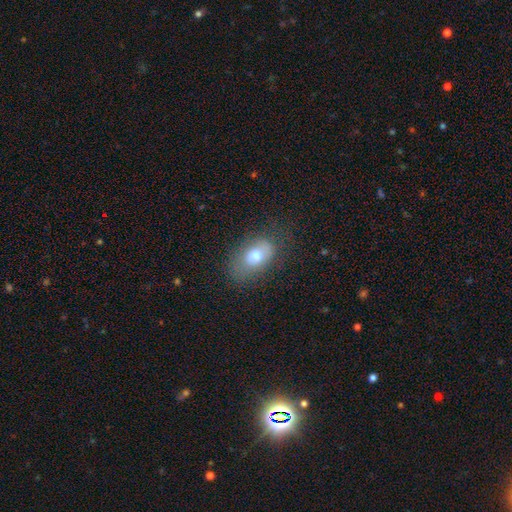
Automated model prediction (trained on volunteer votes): Overall: smooth (73%). How rounded: in between (86%). Merging: none (65%).